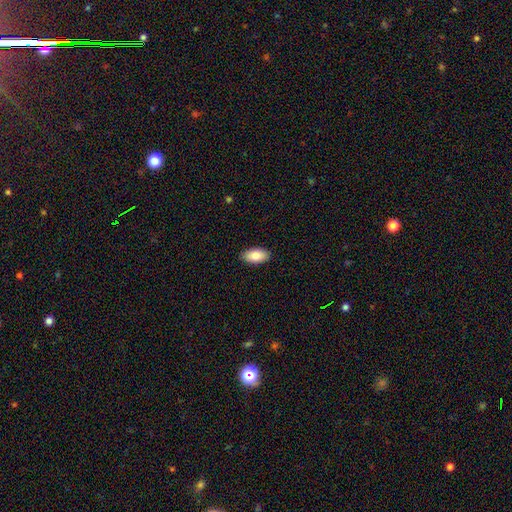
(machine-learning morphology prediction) Smooth or featured: smooth — 82% (featured or disk — 11%)
How rounded: in between — 94% (cigar-shaped — 3%)
Merging: none — 90% (minor disturbance — 8%)